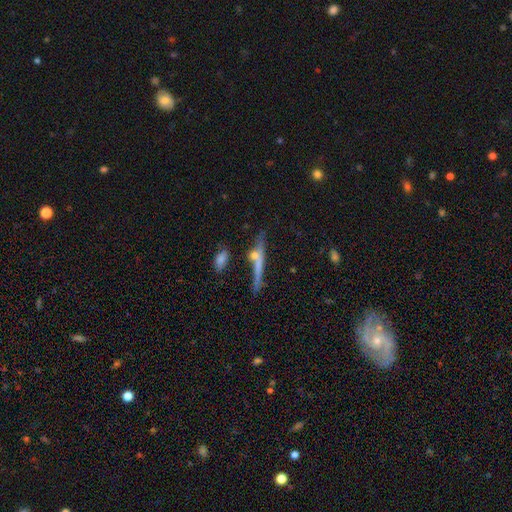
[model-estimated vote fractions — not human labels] featured or disk 49%, smooth 42%, star or artifact 9%. Down the decision tree: merging — none (58%).